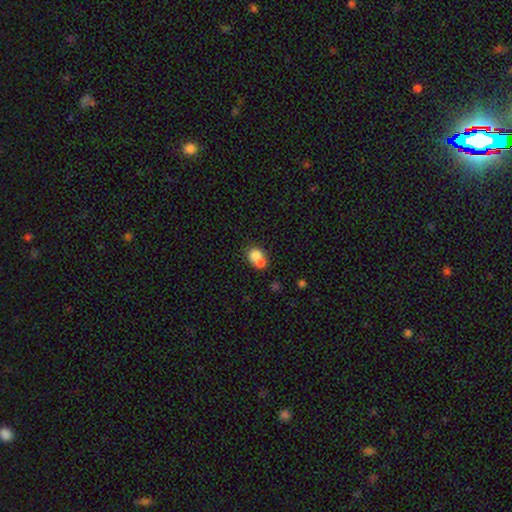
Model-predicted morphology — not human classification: Q: Smooth or featured?
A: smooth (75%); runner-up: featured or disk (16%)
Q: How rounded?
A: round (63%); runner-up: in between (36%)
Q: Merging?
A: merger (61%); runner-up: none (28%)